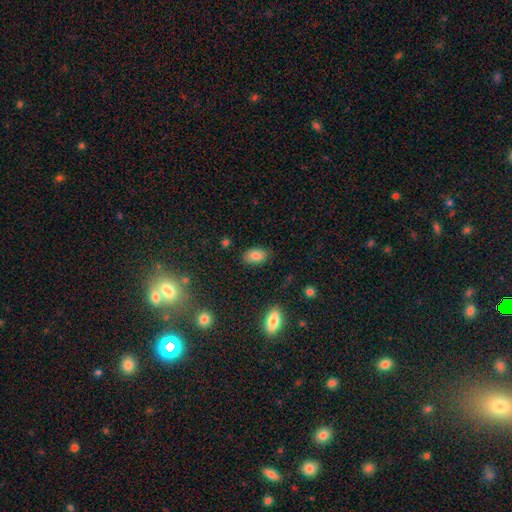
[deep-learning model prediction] Smooth or featured? smooth (84%)
How rounded? in between (91%)
Merging? none (84%)